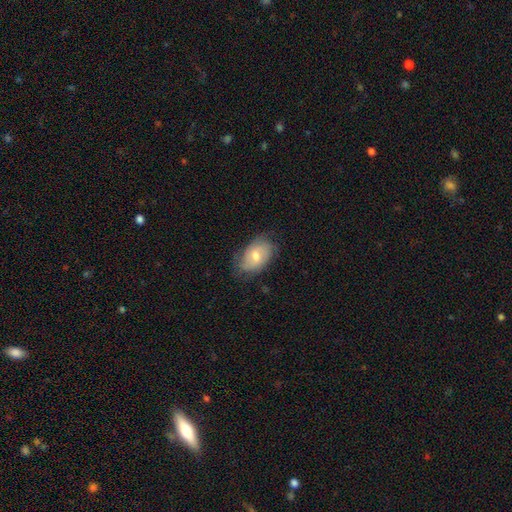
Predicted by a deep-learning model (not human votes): This is possibly a smooth galaxy (53%). How rounded: clearly in between (88%). Merging: likely none (68%).